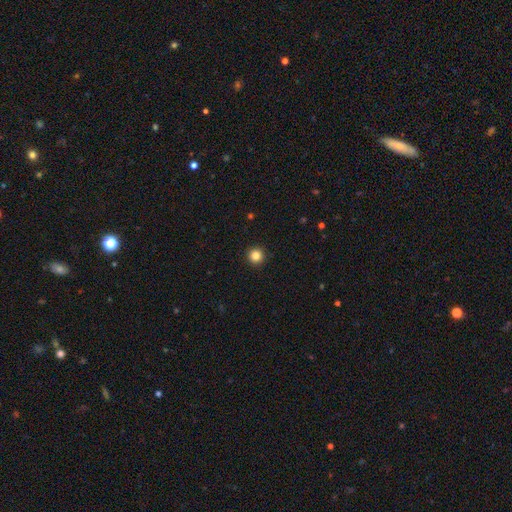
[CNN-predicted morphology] This appears to be a smooth galaxy with no disk features (84%) that is round (96%). Merging: none (94%).